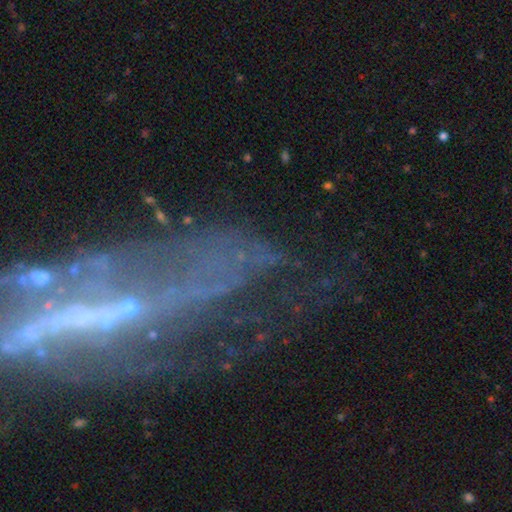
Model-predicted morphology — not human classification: This appears to be a featured or disk galaxy (64%) with no bar (53%), no spiral arms (56%) and a small central bulge (43%). Merging: none (42%).